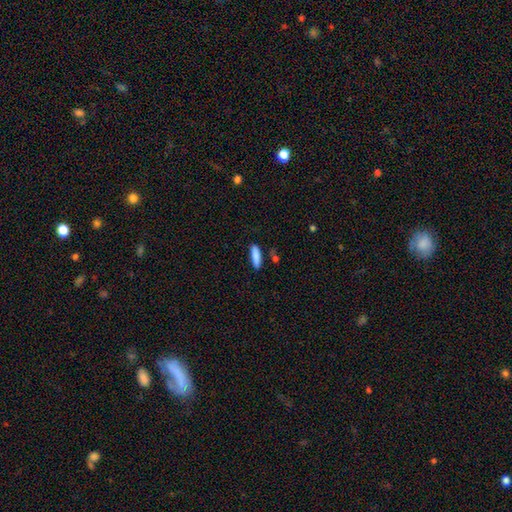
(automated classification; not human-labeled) Smooth or featured? Predicted: smooth (p=0.86). How rounded? Predicted: cigar-shaped (p=0.67). Merging? Predicted: none (p=0.82).